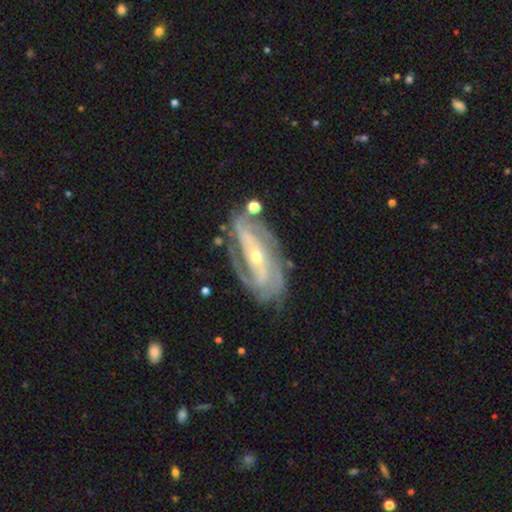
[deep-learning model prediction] Smooth or featured?
  - featured or disk: 89% *
  - smooth: 6%
  - star or artifact: 5%
Edge-on disk?
  - no: 93% *
  - yes: 7%
Bar?
  - strong: 40% *
  - no: 33%
  - weak: 27%
Spiral arms?
  - yes: 95% *
  - no: 5%
Spiral winding?
  - tight: 55% *
  - medium: 35%
  - loose: 10%
Spiral arm count?
  - 2: 47% *
  - 3: 21%
  - can't tell: 18%
  - 4: 7%
  - 1: 4%
  - more than 4: 4%
Bulge size?
  - small: 68% *
  - moderate: 29%
  - large: 1%
  - none: 1%
  - dominant: 1%
Merging?
  - none: 72% *
  - minor disturbance: 18%
  - major disturbance: 7%
  - merger: 3%